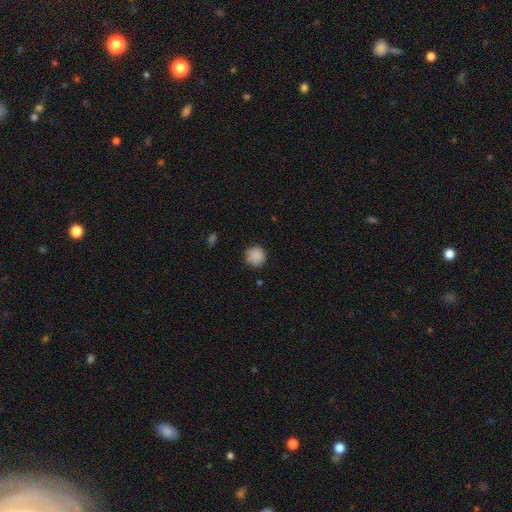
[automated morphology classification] Overall: smooth (88%). How rounded: round (92%). Merging: none (85%).